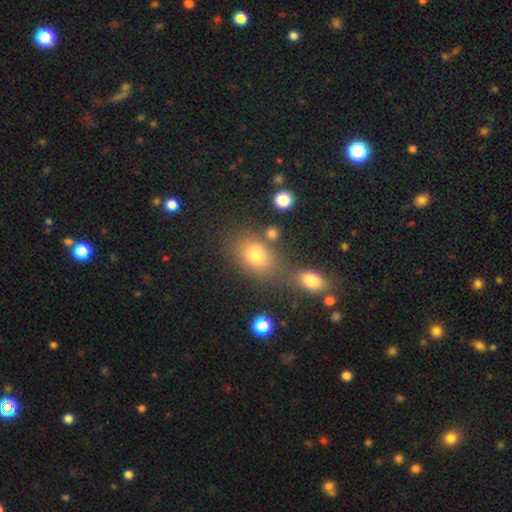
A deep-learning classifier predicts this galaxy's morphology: Smooth or featured? Predicted: smooth (p=0.74). How rounded? Predicted: in between (p=0.66). Merging? Predicted: none (p=0.58).